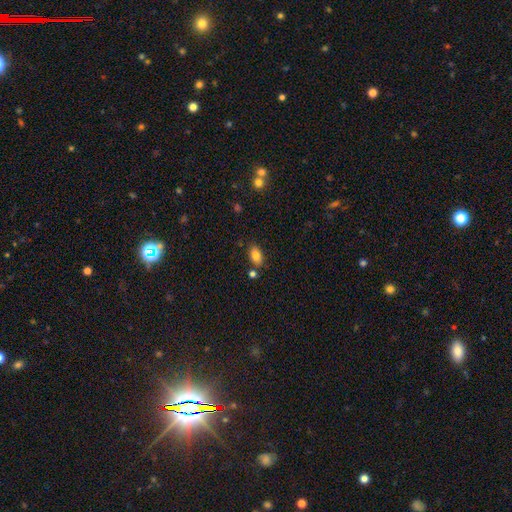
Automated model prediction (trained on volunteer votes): Overall: smooth (83%). How rounded: in between (91%). Merging: none (78%).